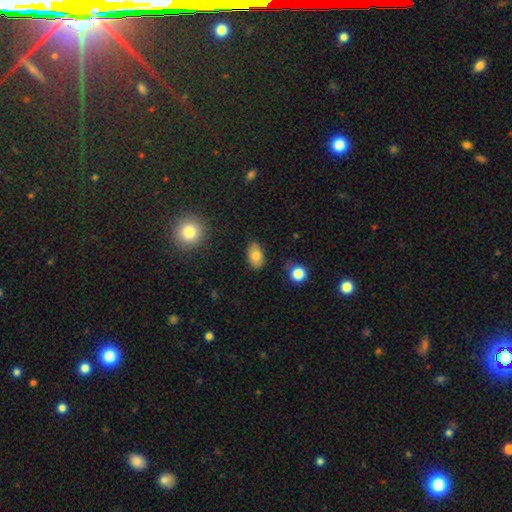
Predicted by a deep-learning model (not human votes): smooth 78%, featured or disk 13%, star or artifact 9%. Down the decision tree: how rounded — in between (87%); merging — none (80%).